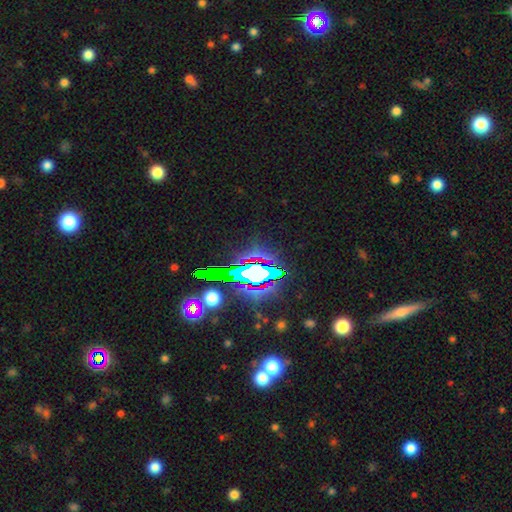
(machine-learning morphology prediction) Smooth or featured? star or artifact (80%)